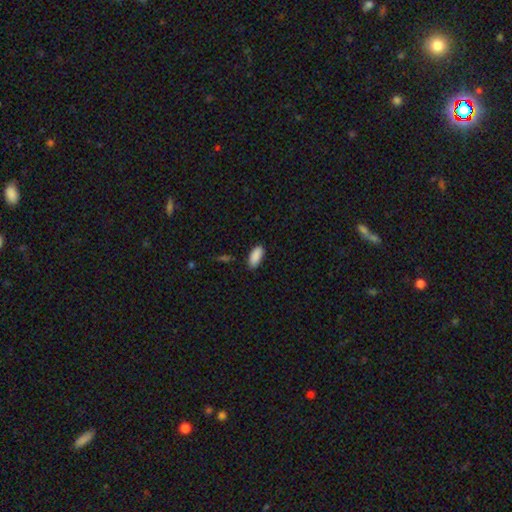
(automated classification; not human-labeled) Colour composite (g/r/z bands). It shows a smooth galaxy with no disk features (90%) that is in between round and cigar-shaped (90%). Merging: none (83%).